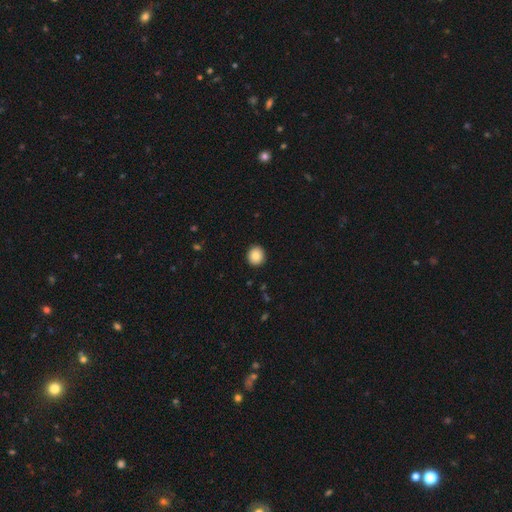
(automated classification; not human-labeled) The model was most divided on "how rounded": round: 86%, in between: 13%, cigar-shaped: 1%. More confident: merging — none (92%); smooth or featured — smooth (86%).